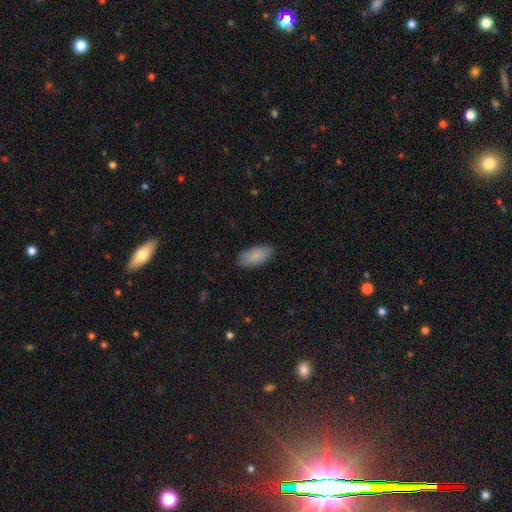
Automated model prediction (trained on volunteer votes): Smooth or featured? smooth (87%)
How rounded? in between (91%)
Merging? none (85%)